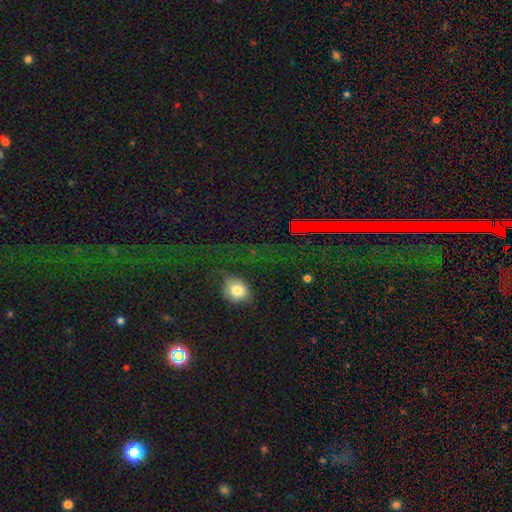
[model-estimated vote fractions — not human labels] A star or artifact, not a galaxy (74%).